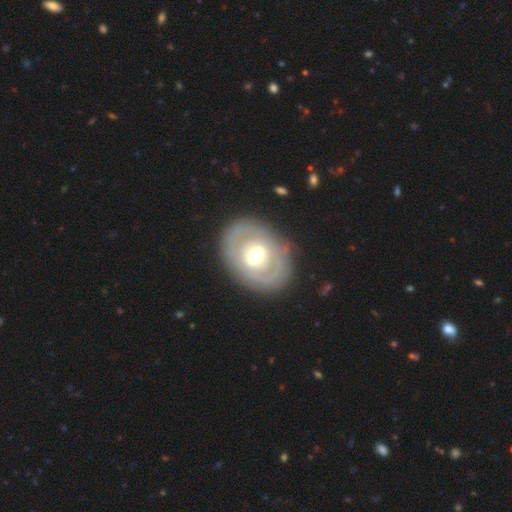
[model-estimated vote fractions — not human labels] This appears to be a featured or disk galaxy (69%) with a weak bar (41%), no spiral arms (53%) and a moderate central bulge (67%). Merging: none (80%).